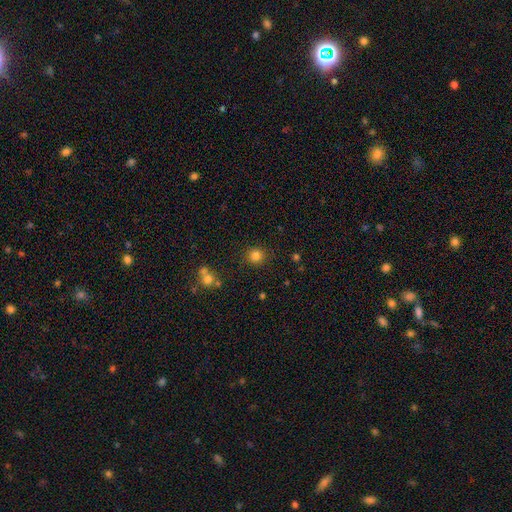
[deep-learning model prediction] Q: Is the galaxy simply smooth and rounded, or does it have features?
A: smooth — 82%.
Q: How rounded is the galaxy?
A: round — 91%.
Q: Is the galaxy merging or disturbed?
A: none — 88%.